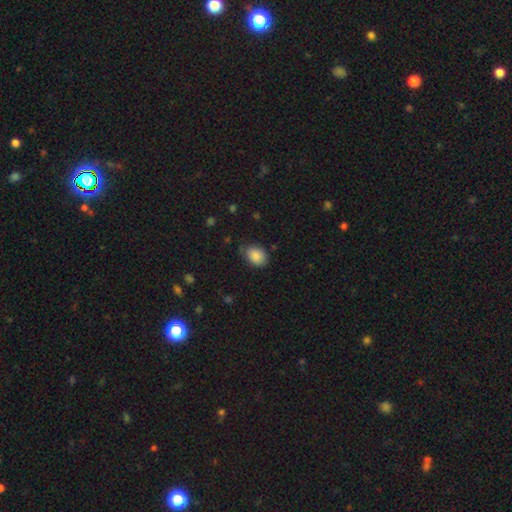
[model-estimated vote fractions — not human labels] Smooth or featured? Predicted: smooth (p=0.87). How rounded? Predicted: in between (p=0.69). Merging? Predicted: none (p=0.71).